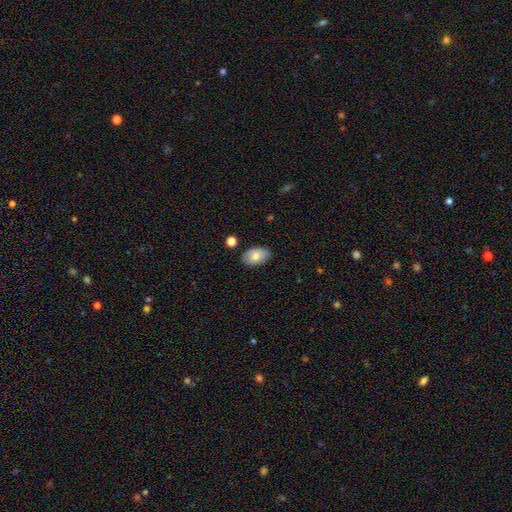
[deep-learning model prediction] A smooth galaxy with no disk features (80%) that is in between round and cigar-shaped (93%). Merging: none (84%).